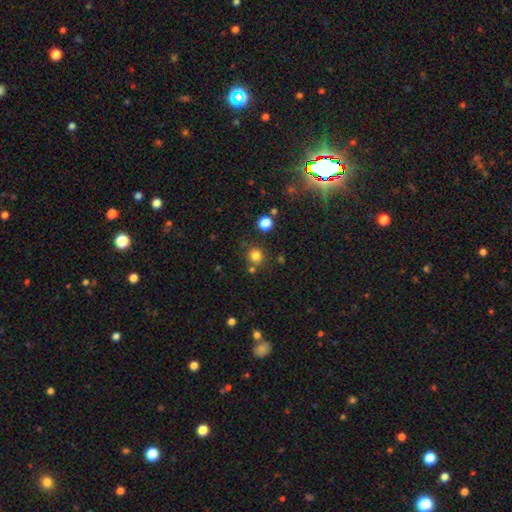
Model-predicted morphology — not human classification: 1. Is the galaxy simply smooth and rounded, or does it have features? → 80% smooth, 14% star or artifact, 5% featured or disk.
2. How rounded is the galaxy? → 91% round, 9% in between, 1% cigar-shaped.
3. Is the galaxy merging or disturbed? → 78% none, 9% merger, 9% minor disturbance, 4% major disturbance.